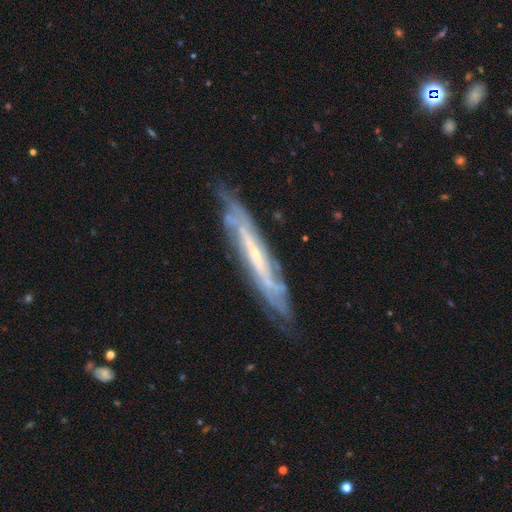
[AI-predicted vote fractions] featured or disk 81%, smooth 13%, star or artifact 6%. Down the decision tree: edge-on disk — yes (56%); merging — none (75%).